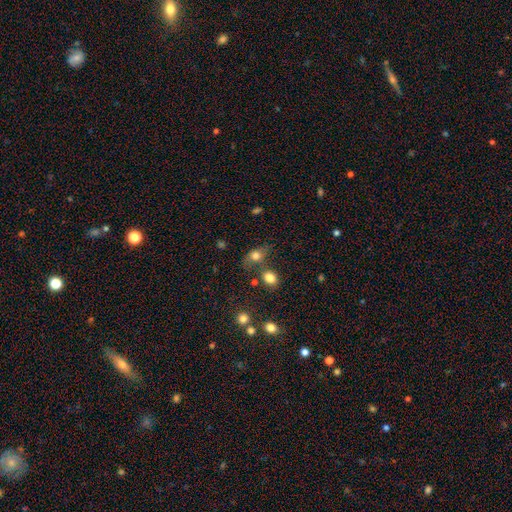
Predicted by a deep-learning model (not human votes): Smooth or featured? Predicted: smooth (p=0.76). How rounded? Predicted: in between (p=0.59). Merging? Predicted: none (p=0.51).